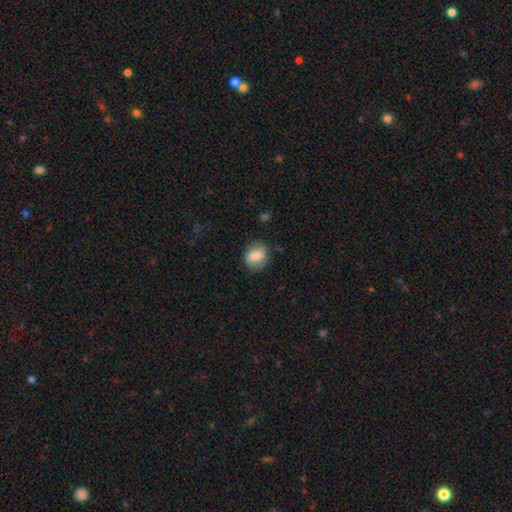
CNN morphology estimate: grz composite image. It shows a smooth galaxy with no disk features (78%) that is round (50%). Merging: none (75%).